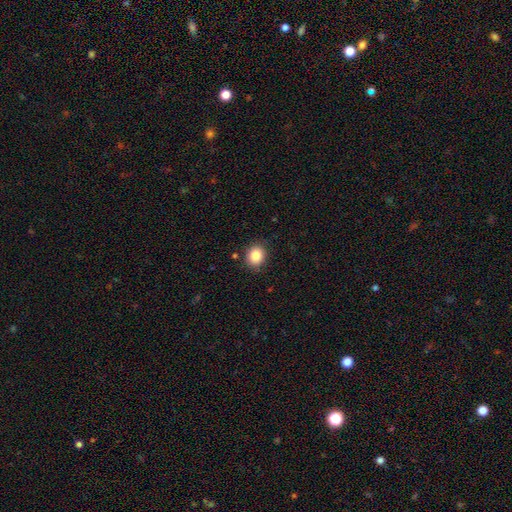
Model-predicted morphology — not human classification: Q: Smooth or featured?
A: smooth (85%); runner-up: star or artifact (10%)
Q: How rounded?
A: round (73%); runner-up: in between (26%)
Q: Merging?
A: none (87%); runner-up: minor disturbance (9%)